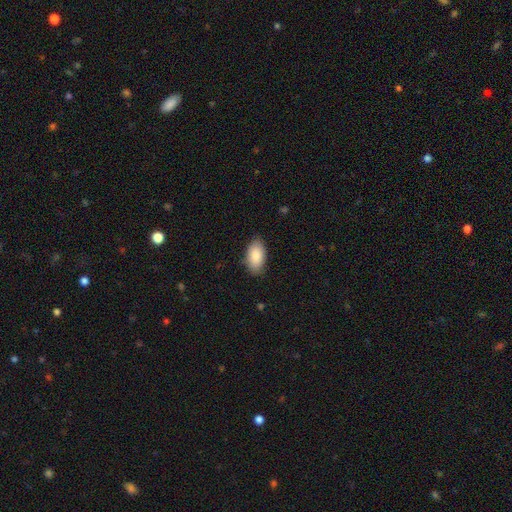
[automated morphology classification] Smooth or featured? Predicted: smooth (p=0.87). How rounded? Predicted: in between (p=0.95). Merging? Predicted: none (p=0.83).